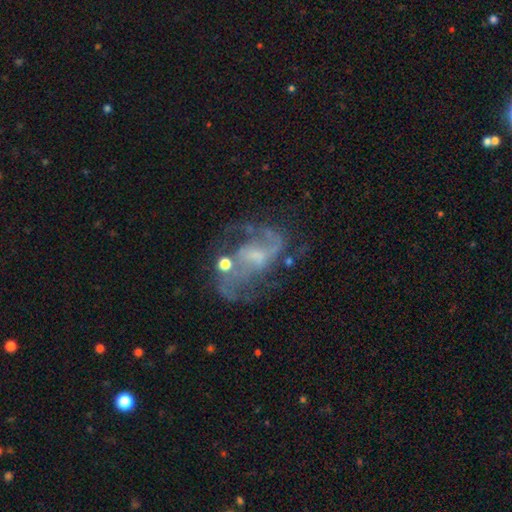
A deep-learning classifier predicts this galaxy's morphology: Smooth or featured: featured or disk — 83% (star or artifact — 10%)
Edge-on disk: no — 97% (yes — 3%)
Bar: weak — 51% (no — 32%)
Spiral arms: yes — 93% (no — 7%)
Spiral winding: medium — 50% (loose — 34%)
Spiral arm count: 2 — 72% (can't tell — 11%)
Bulge size: small — 53% (moderate — 28%)
Merging: none — 56% (major disturbance — 17%)